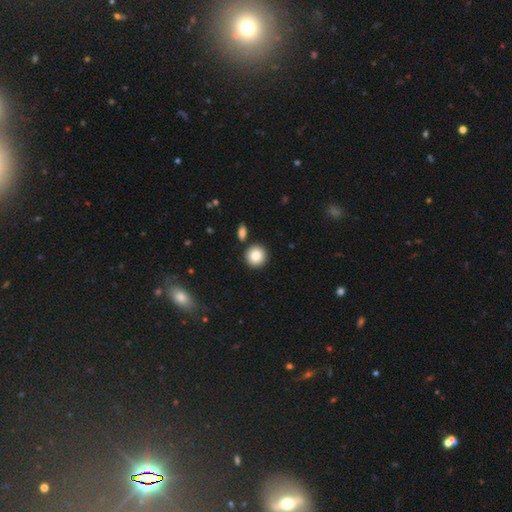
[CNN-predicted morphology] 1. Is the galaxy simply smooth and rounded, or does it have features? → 86% smooth, 8% star or artifact, 6% featured or disk.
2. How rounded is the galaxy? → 93% round, 6% in between, 1% cigar-shaped.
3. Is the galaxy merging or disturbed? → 86% none, 6% minor disturbance, 5% merger, 2% major disturbance.